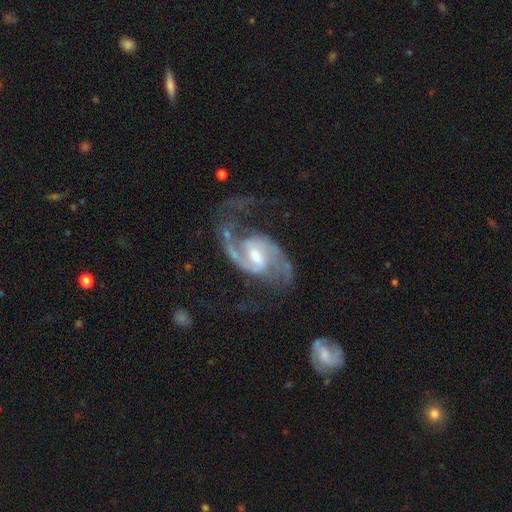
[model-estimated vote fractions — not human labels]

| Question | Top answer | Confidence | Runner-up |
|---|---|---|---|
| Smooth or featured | featured or disk | 92% | star or artifact (4%) |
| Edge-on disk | no | 98% | yes (2%) |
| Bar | weak | 57% | strong (28%) |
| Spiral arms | yes | 98% | no (2%) |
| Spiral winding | medium | 51% | loose (35%) |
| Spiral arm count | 2 | 91% | can't tell (2%) |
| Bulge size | moderate | 52% | small (37%) |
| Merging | none | 61% | major disturbance (18%) |